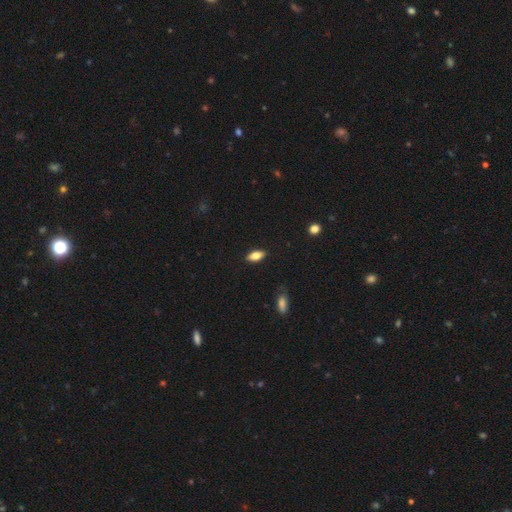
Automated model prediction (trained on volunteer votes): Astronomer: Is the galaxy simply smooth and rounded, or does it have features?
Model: smooth — 76%.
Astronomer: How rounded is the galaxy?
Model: in between — 85%.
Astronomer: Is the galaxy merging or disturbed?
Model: none — 87%.